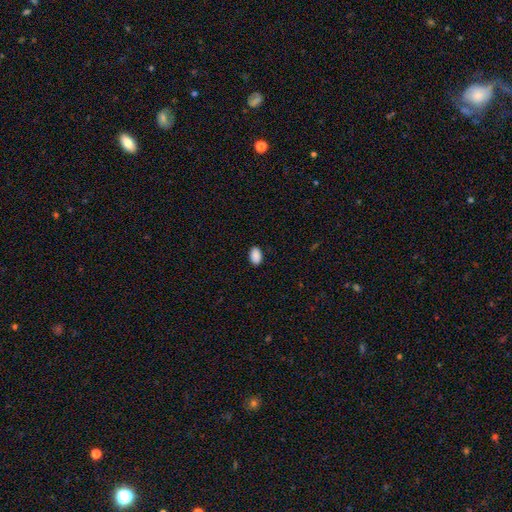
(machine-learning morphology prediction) Smooth or featured? smooth (90%)
How rounded? in between (90%)
Merging? none (89%)